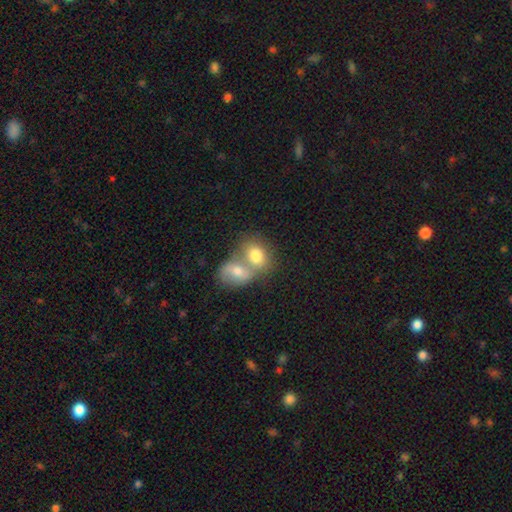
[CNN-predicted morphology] This appears to be a smooth galaxy with no disk features (73%) that is in between round and cigar-shaped (57%). Merging: merger (63%).